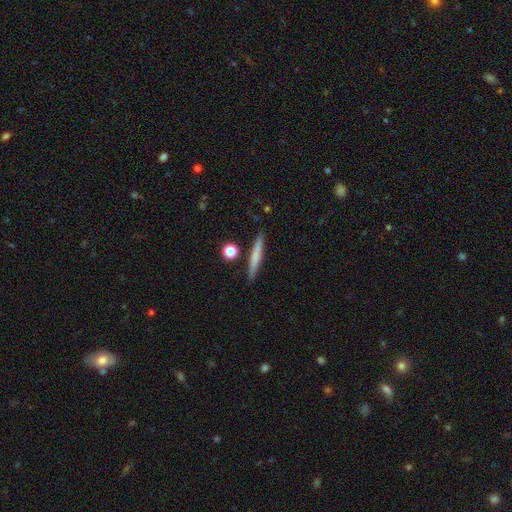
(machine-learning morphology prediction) smooth 65%, featured or disk 28%, star or artifact 7%. Down the decision tree: how rounded — cigar-shaped (94%); merging — none (87%).